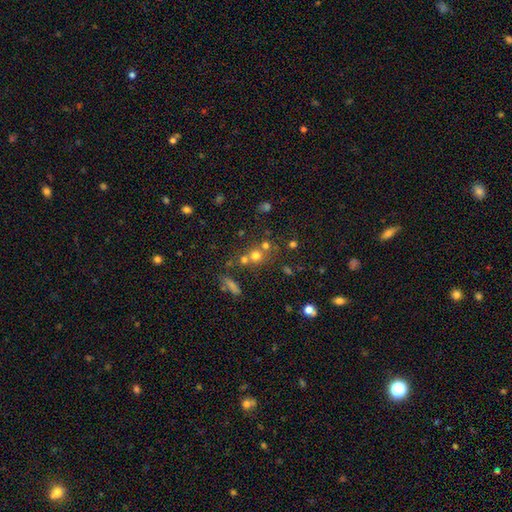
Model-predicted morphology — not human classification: smooth-or-featured: smooth: 63% | star or artifact: 22% | featured or disk: 15%
  how-rounded: round: 84% | in between: 14% | cigar-shaped: 2%
  merging: none: 50% | merger: 38% | minor disturbance: 8% | major disturbance: 4%